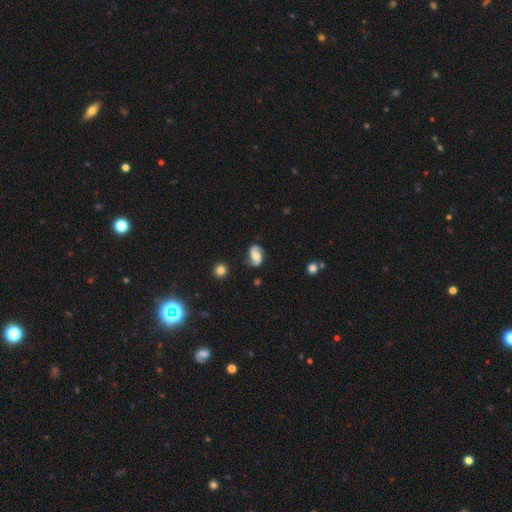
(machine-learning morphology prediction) Q: Smooth or featured?
A: featured or disk (71%); runner-up: smooth (22%)
Q: Edge-on disk?
A: no (97%); runner-up: yes (3%)
Q: Bar?
A: no (55%); runner-up: weak (36%)
Q: Spiral arms?
A: yes (95%); runner-up: no (5%)
Q: Spiral winding?
A: loose (43%); runner-up: medium (41%)
Q: Spiral arm count?
A: 2 (92%); runner-up: can't tell (3%)
Q: Bulge size?
A: moderate (52%); runner-up: large (22%)
Q: Merging?
A: none (79%); runner-up: minor disturbance (15%)